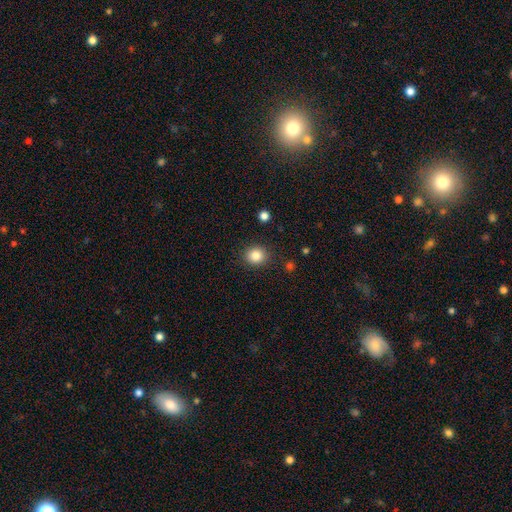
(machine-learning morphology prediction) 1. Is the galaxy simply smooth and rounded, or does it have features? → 84% smooth, 11% star or artifact, 5% featured or disk.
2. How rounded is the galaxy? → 82% round, 17% in between, 1% cigar-shaped.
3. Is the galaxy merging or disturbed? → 89% none, 7% minor disturbance, 2% major disturbance, 2% merger.